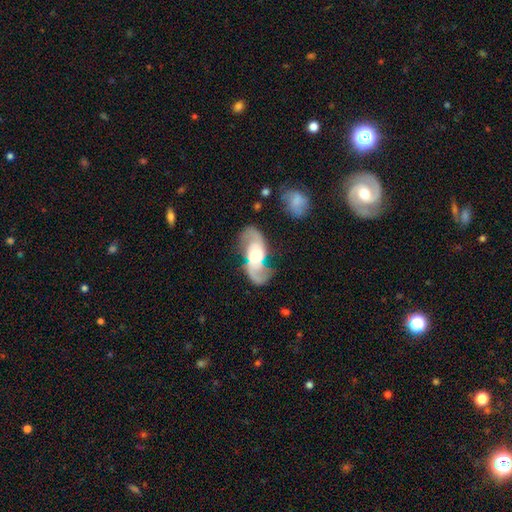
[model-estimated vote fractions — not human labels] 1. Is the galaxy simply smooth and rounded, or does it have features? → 86% featured or disk, 10% smooth, 5% star or artifact.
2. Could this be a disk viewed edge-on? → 95% no, 5% yes.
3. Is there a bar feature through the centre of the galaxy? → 58% no, 31% weak, 11% strong.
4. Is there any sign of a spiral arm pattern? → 96% yes, 4% no.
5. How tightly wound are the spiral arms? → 44% medium, 43% loose, 12% tight.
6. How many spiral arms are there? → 93% 2, 3% can't tell, 2% 1, 1% 3, 1% 4, 1% more than 4.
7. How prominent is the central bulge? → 63% moderate, 18% large, 15% small, 2% dominant, 2% none.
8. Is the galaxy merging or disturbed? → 73% none, 16% minor disturbance, 8% major disturbance, 3% merger.